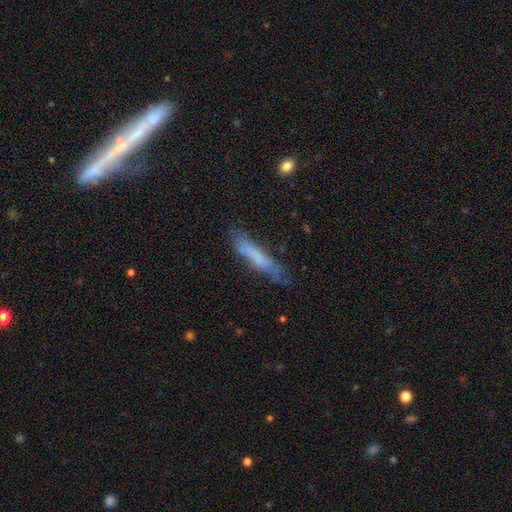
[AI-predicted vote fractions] A smooth galaxy with no disk features (63%) that is cigar-shaped (88%).

Vote fractions:
- Smooth or featured? smooth: 63% / featured or disk: 29% / star or artifact: 8%
- How rounded? cigar-shaped: 88% / in between: 10% / round: 1%
- Merging? none: 68% / minor disturbance: 23% / major disturbance: 7% / merger: 2%